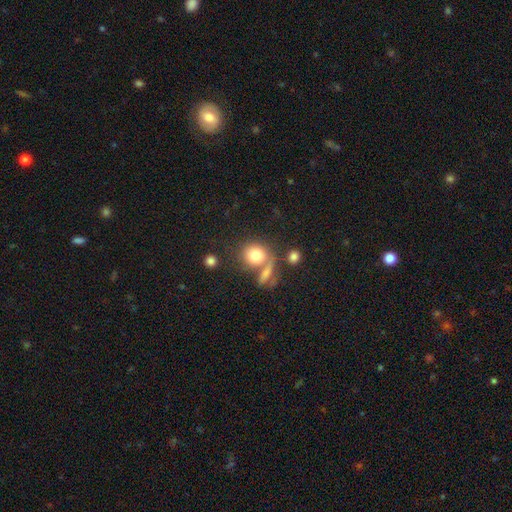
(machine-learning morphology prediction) The model was most divided on "merging": none: 48%, merger: 33%, minor disturbance: 12%, major disturbance: 7%. More confident: smooth or featured — smooth (77%); how rounded — round (75%).